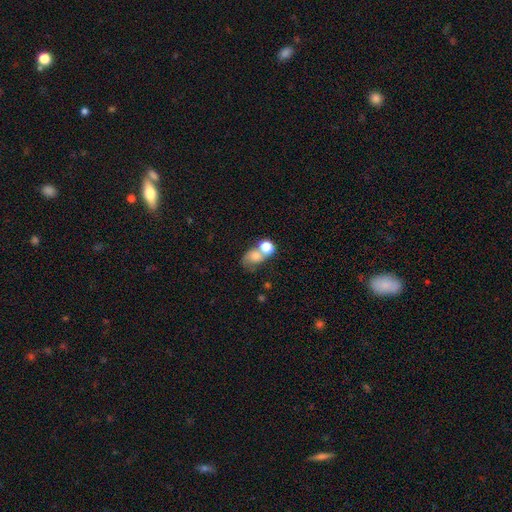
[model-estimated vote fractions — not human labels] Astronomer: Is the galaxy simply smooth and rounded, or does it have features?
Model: smooth — 71%.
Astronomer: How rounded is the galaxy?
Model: in between — 52% (runner-up: round, 46%).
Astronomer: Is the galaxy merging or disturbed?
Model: merger — 60%.